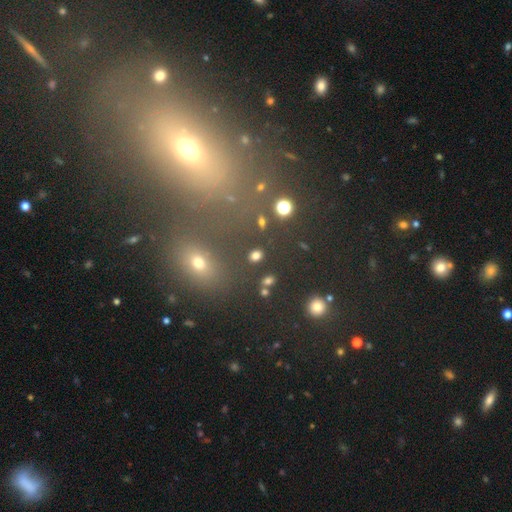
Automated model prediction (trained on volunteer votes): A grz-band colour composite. It shows a smooth galaxy with no disk features (75%) that is in between round and cigar-shaped (62%). Merging: none (82%).